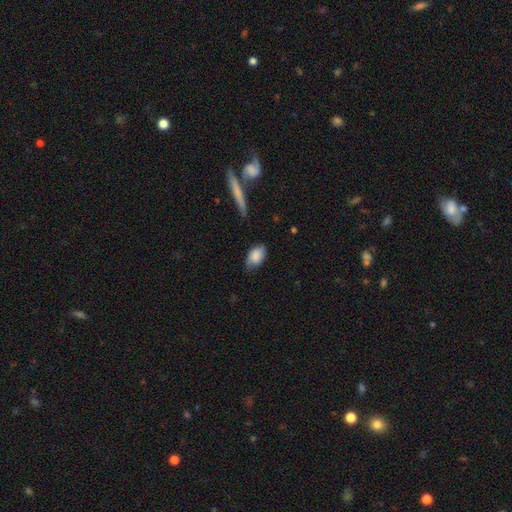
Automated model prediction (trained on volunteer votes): Smooth or featured? Predicted: smooth (p=0.82). How rounded? Predicted: in between (p=0.91). Merging? Predicted: none (p=0.69).